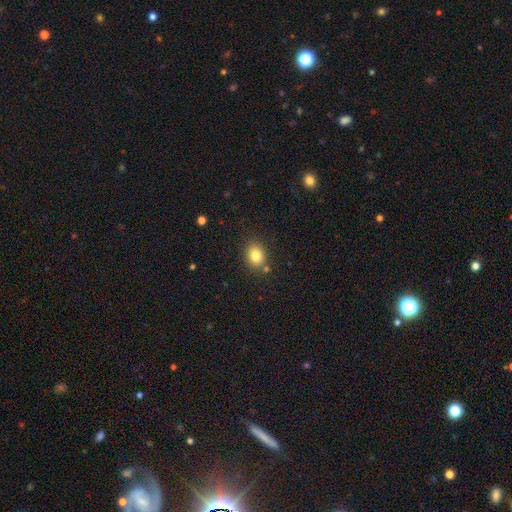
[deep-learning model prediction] Overall: smooth (82%). How rounded: in between (53%; round 46%). Merging: none (81%).